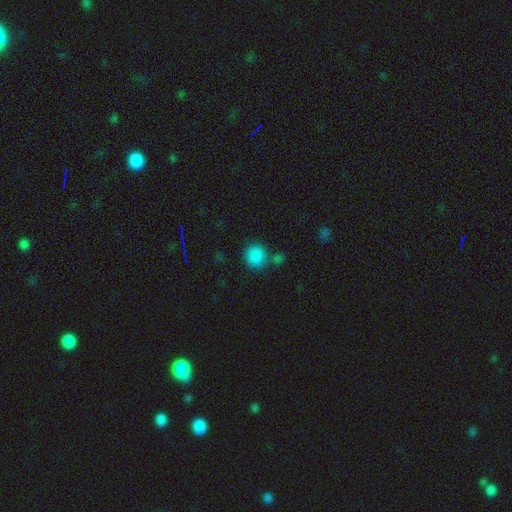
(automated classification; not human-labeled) Smooth or featured: smooth — 85% (star or artifact — 11%)
How rounded: round — 84% (in between — 15%)
Merging: none — 73% (merger — 14%)